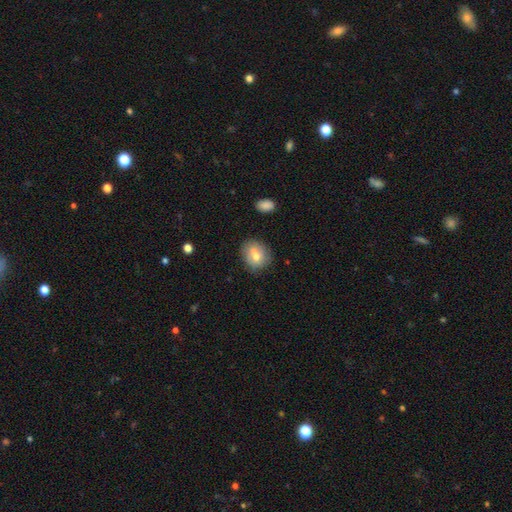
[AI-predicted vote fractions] smooth-or-featured: smooth: 68% | featured or disk: 23% | star or artifact: 9%
  how-rounded: round: 65% | in between: 34% | cigar-shaped: 1%
  merging: none: 65% | minor disturbance: 18% | merger: 13% | major disturbance: 4%